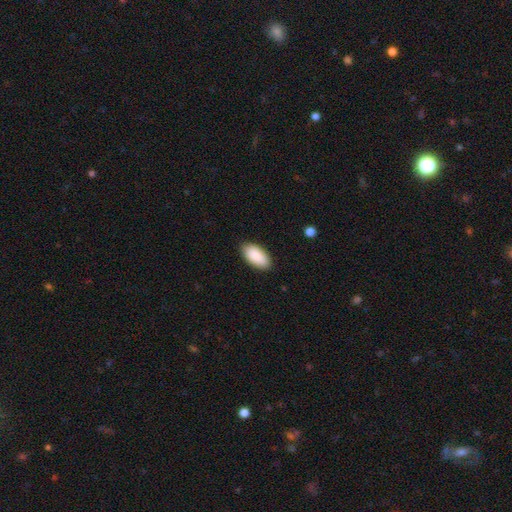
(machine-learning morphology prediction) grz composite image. It shows a smooth galaxy with no disk features (90%) that is in between round and cigar-shaped (94%). Merging: none (88%).